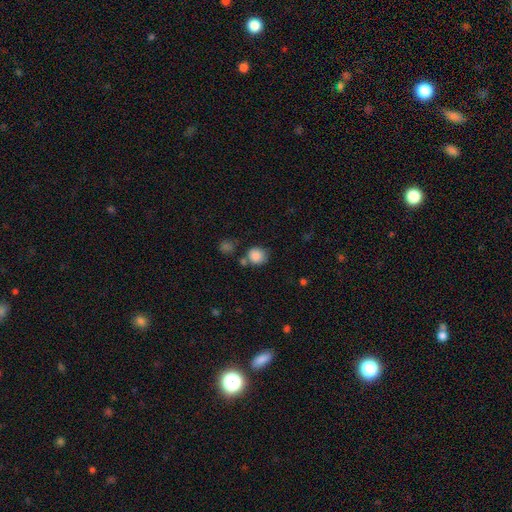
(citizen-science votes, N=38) Smooth or featured?
  - smooth: 92% *
  - star or artifact: 5%
  - featured or disk: 3%
How rounded?
  - round: 89% *
  - in between: 9%
  - cigar-shaped: 3%
Merging?
  - none: 44% *
  - minor disturbance: 22%
  - merger: 22%
  - major disturbance: 11%